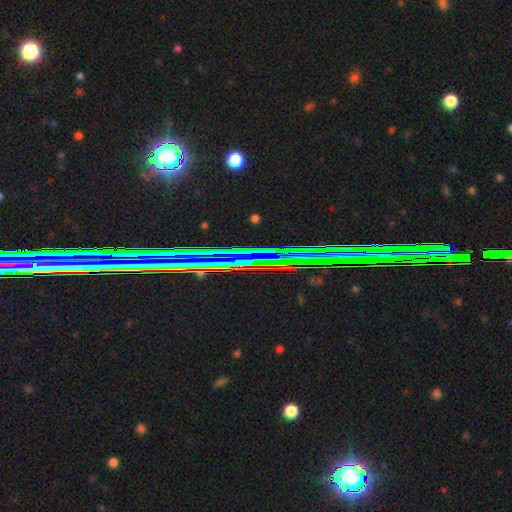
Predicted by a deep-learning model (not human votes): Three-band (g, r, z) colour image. It shows a star or artifact, not a galaxy (72%).